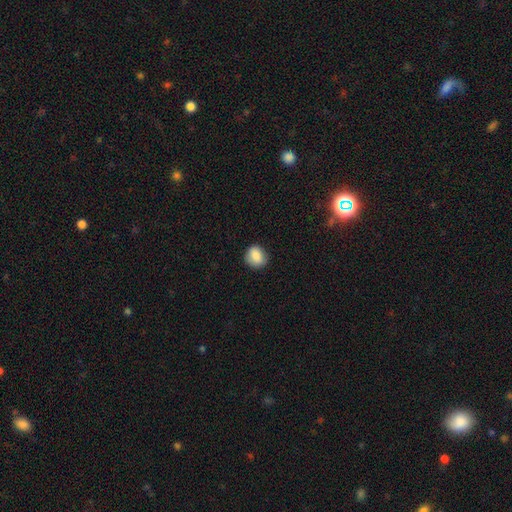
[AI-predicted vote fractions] Smooth or featured?
  - smooth: 86% *
  - star or artifact: 8%
  - featured or disk: 6%
How rounded?
  - round: 69% *
  - in between: 30%
  - cigar-shaped: 1%
Merging?
  - none: 80% *
  - minor disturbance: 15%
  - major disturbance: 3%
  - merger: 1%